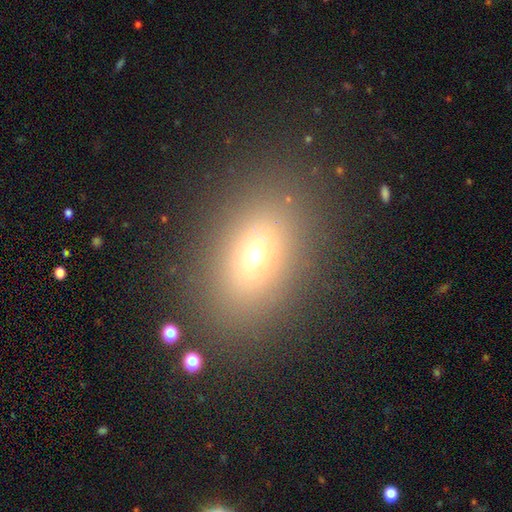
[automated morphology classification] type=smooth (67%); roundness=in between (68%); merging=none (86%).